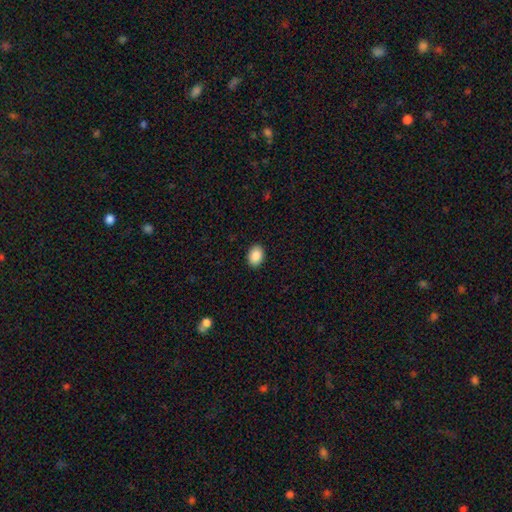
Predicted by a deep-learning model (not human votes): Q: Smooth or featured?
A: smooth (89%); runner-up: star or artifact (7%)
Q: How rounded?
A: in between (77%); runner-up: round (22%)
Q: Merging?
A: none (91%); runner-up: minor disturbance (6%)